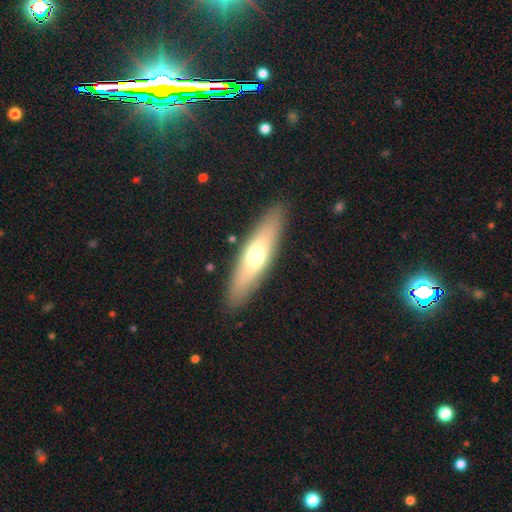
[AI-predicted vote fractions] A smooth galaxy with no disk features (56%) that is cigar-shaped (66%). Merging: none (88%).